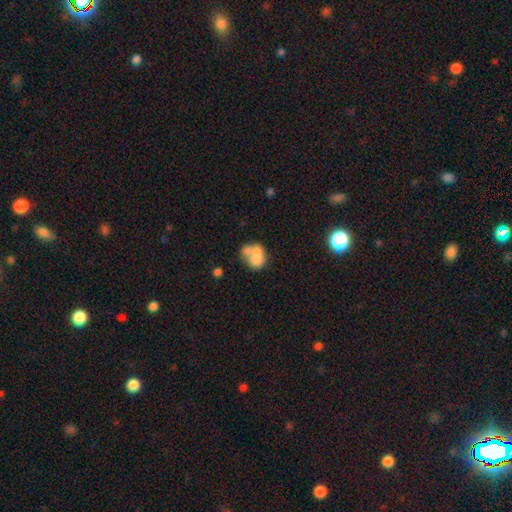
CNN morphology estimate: Smooth or featured? smooth (61%)
How rounded? in between (57%)
Merging? merger (56%)